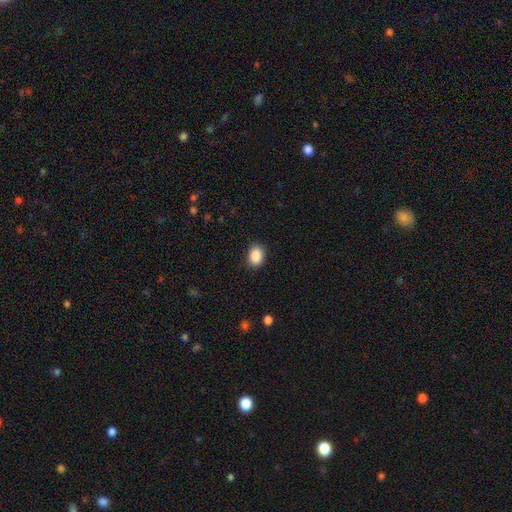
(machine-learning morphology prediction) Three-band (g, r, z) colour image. It shows a smooth galaxy with no disk features (89%) that is in between round and cigar-shaped (69%). Merging: none (86%).